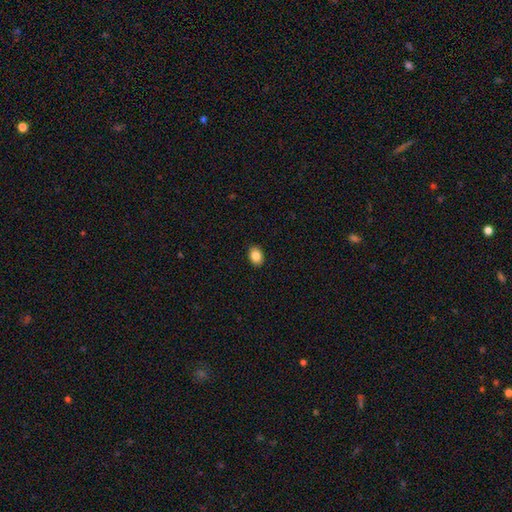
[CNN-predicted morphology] smooth-or-featured: smooth: 85% | star or artifact: 8% | featured or disk: 7%
  how-rounded: in between: 77% | round: 22% | cigar-shaped: 1%
  merging: none: 90% | minor disturbance: 7% | major disturbance: 2% | merger: 1%